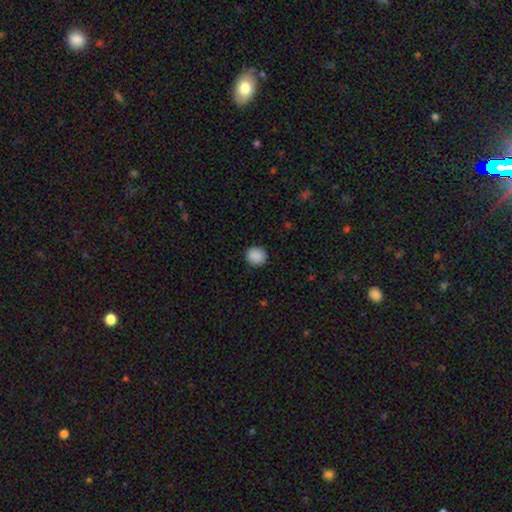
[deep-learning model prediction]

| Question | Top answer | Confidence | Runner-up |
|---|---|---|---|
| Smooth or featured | smooth | 89% | star or artifact (8%) |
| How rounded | round | 88% | in between (11%) |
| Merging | none | 90% | minor disturbance (7%) |